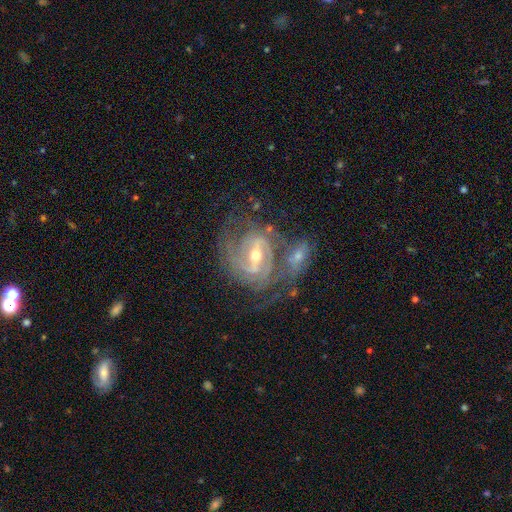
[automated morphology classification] The model was most divided on "bar": strong: 47%, weak: 40%, no: 13%. Remaining: edge-on disk — no (97%); spiral arms — yes (95%); smooth or featured — featured or disk (90%); spiral winding — tight (57%); bulge size — moderate (54%); merging — none (46%); spiral arm count — 2 (44%).